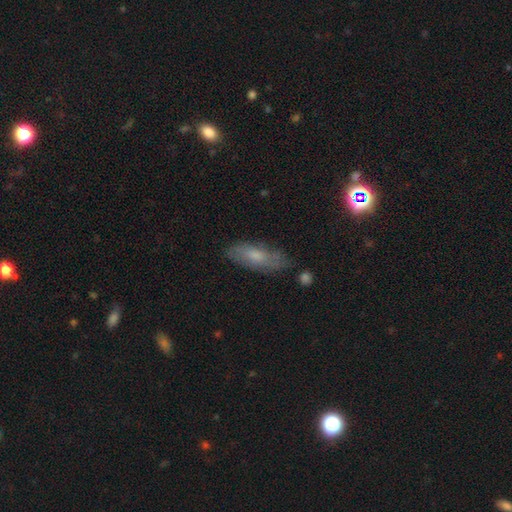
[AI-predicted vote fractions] A smooth galaxy with no disk features (58%) that is in between round and cigar-shaped (68%). Merging: none (70%).